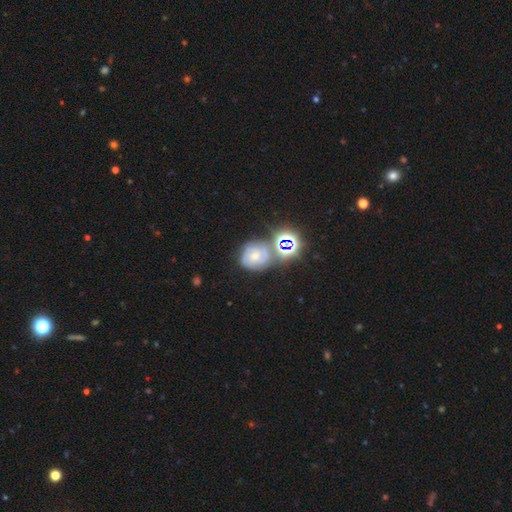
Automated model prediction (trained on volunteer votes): smooth-or-featured: featured or disk: 44% | smooth: 31% | star or artifact: 25%
  merging: none: 51% | minor disturbance: 20% | merger: 19% | major disturbance: 10%